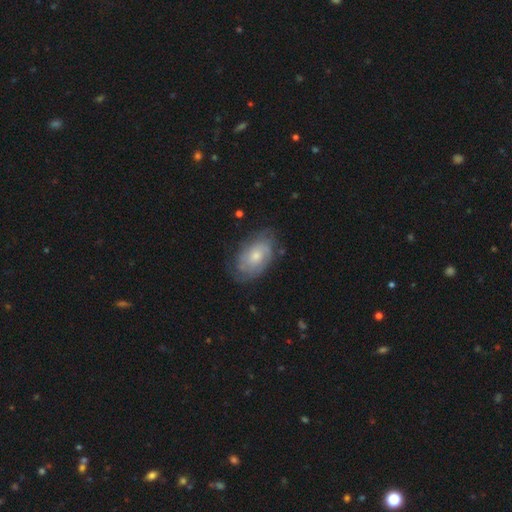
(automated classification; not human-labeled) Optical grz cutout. It shows a featured or disk galaxy (61%) with no bar (78%), spiral arms (80%) and a moderate central bulge (48%). Merging: none (70%).